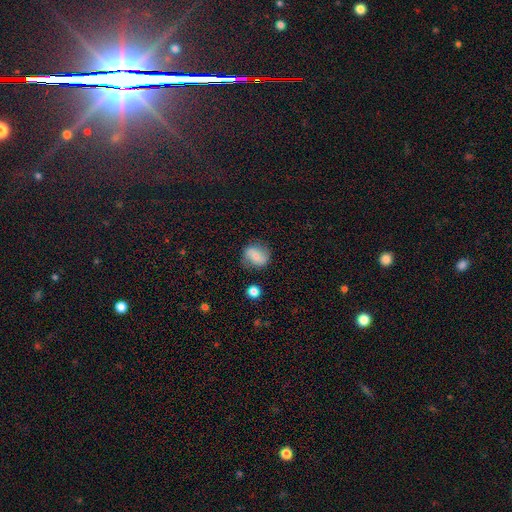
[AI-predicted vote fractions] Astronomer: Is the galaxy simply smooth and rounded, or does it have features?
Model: smooth — 50% (runner-up: featured or disk, 40%).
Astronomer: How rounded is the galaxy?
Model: round — 66%.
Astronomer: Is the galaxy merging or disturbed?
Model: none — 72%.